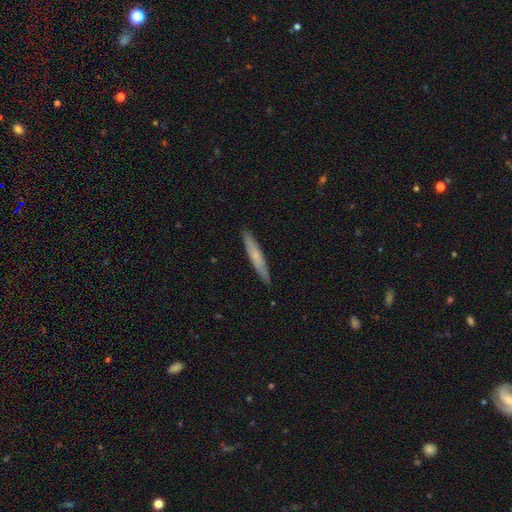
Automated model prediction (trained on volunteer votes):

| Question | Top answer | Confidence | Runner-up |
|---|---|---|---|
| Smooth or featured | smooth | 61% | featured or disk (33%) |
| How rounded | cigar-shaped | 95% | in between (4%) |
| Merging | none | 91% | minor disturbance (7%) |